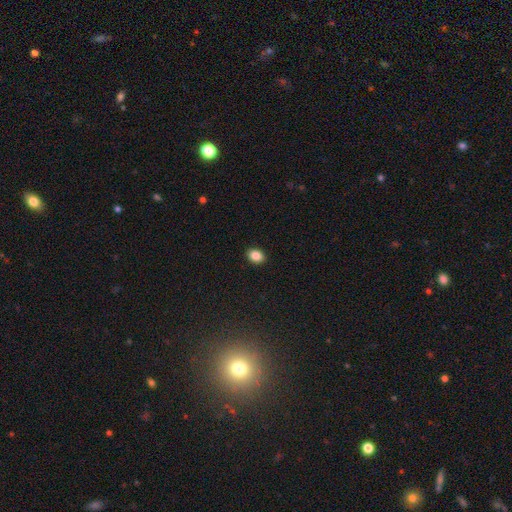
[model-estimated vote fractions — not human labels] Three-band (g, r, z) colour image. It shows a smooth galaxy with no disk features (87%) that is in between round and cigar-shaped (63%). Merging: none (91%).